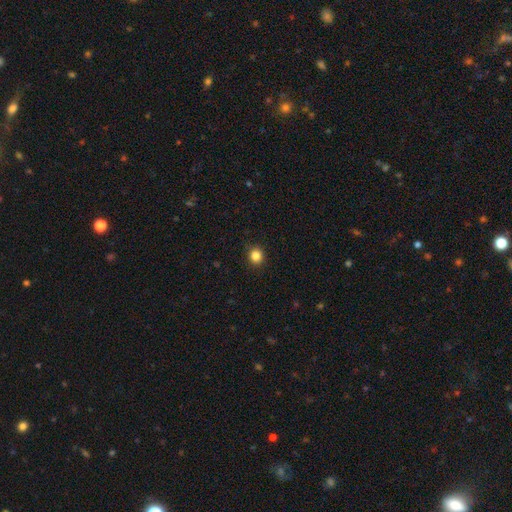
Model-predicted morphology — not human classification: Overall: smooth (85%). How rounded: round (85%). Merging: none (91%).